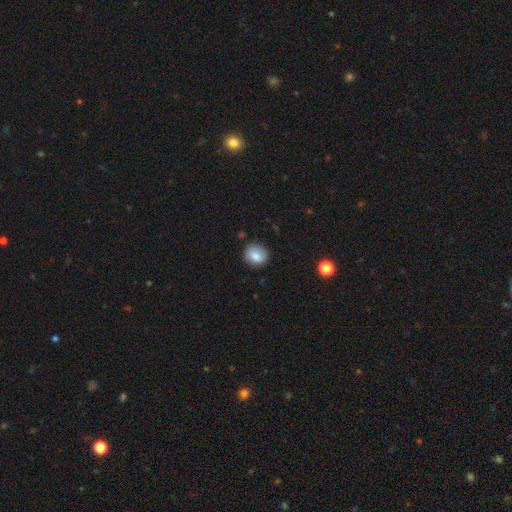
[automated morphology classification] smooth 84%, star or artifact 8%, featured or disk 7%. Down the decision tree: how rounded — round (63%); merging — none (82%).